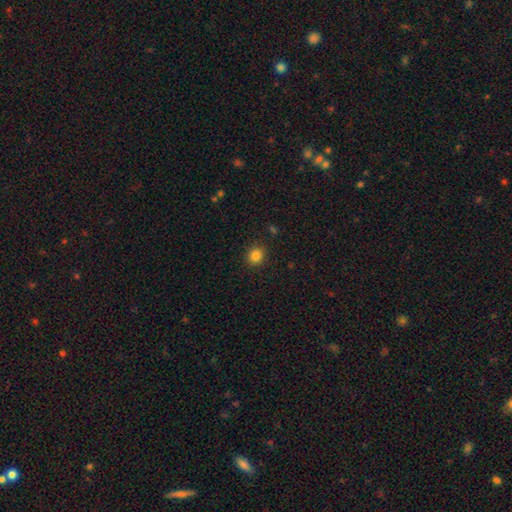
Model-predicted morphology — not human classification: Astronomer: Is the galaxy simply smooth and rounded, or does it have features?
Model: smooth — 84%.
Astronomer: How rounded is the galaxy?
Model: round — 79%.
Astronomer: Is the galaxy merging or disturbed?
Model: none — 89%.